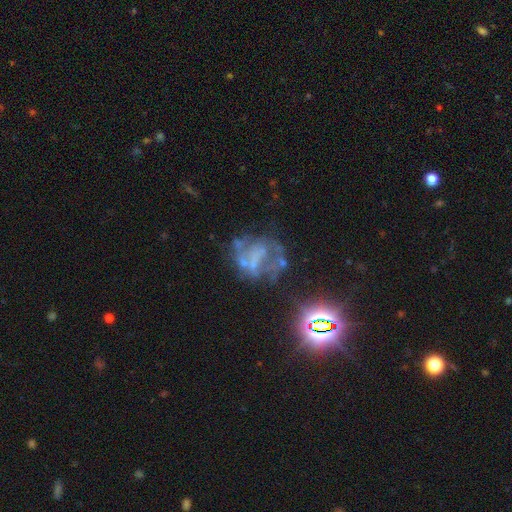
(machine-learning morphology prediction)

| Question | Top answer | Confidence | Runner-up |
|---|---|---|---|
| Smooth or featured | featured or disk | 60% | star or artifact (25%) |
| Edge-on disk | no | 97% | yes (3%) |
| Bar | no | 64% | weak (22%) |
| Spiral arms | no | 69% | yes (31%) |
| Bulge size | none | 71% | small (16%) |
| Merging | none | 44% | major disturbance (29%) |